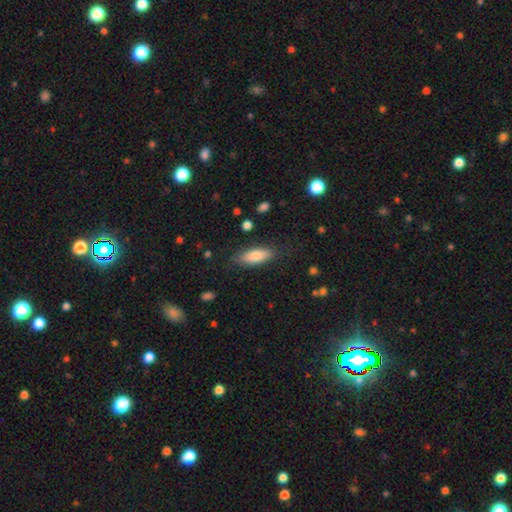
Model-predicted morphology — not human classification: Smooth or featured?
  - smooth: 77% *
  - featured or disk: 16%
  - star or artifact: 7%
How rounded?
  - in between: 75% *
  - cigar-shaped: 23%
  - round: 2%
Merging?
  - none: 81% *
  - minor disturbance: 14%
  - major disturbance: 3%
  - merger: 2%